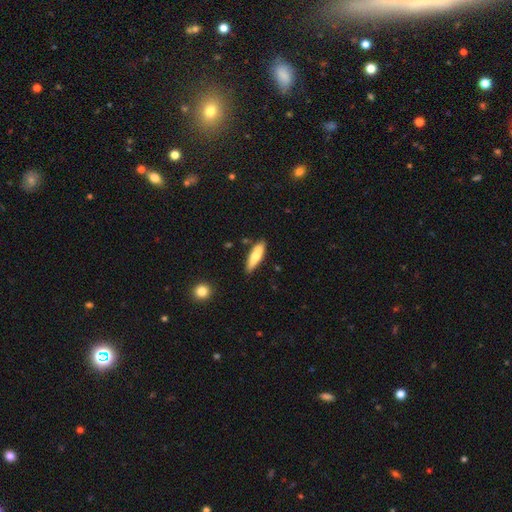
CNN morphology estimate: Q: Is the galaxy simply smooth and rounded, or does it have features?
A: smooth — 69%.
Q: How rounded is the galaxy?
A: cigar-shaped — 64%.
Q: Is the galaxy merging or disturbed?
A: none — 77%.